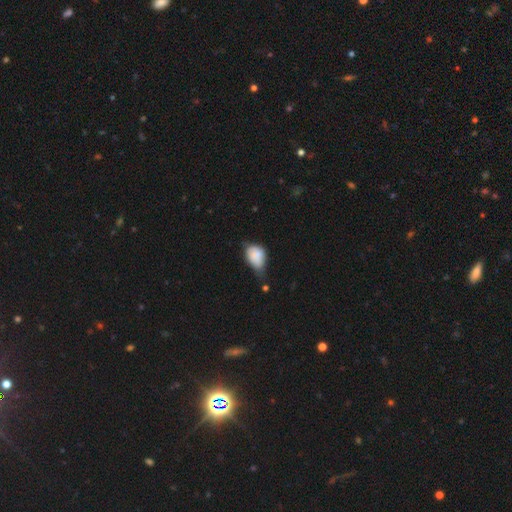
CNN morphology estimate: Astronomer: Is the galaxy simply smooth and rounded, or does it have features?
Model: smooth — 79%.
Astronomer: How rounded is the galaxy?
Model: in between — 78%.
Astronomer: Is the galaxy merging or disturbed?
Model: minor disturbance — 52%.